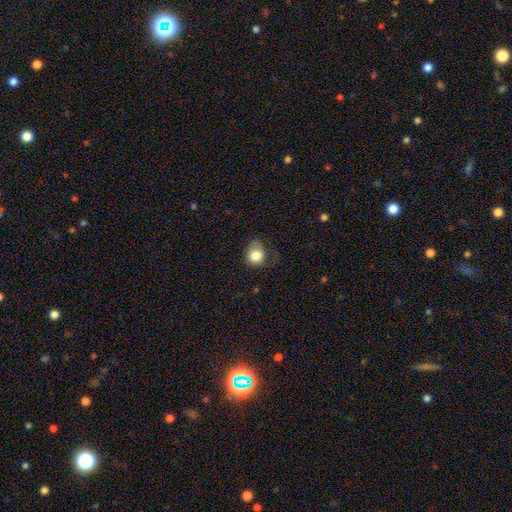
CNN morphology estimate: A smooth galaxy with no disk features (82%) that is round (66%).

Vote fractions:
- Smooth or featured? smooth: 82% / star or artifact: 9% / featured or disk: 9%
- How rounded? round: 66% / in between: 34% / cigar-shaped: 1%
- Merging? none: 45% / minor disturbance: 33% / major disturbance: 20% / merger: 2%